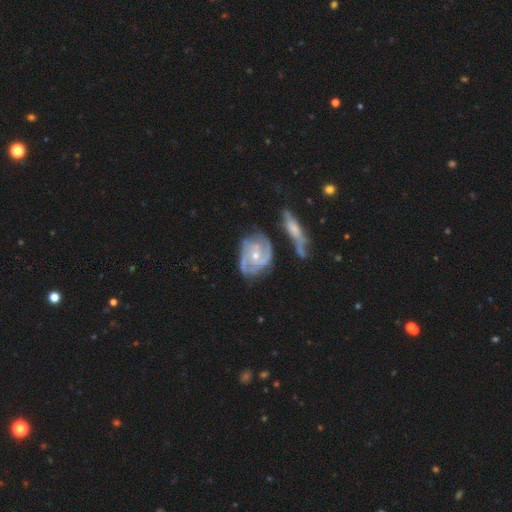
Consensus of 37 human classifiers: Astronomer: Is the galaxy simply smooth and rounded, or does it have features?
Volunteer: featured or disk — 78%.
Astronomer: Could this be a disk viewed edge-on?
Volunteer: no — 93%.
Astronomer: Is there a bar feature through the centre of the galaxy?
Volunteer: no — 67%.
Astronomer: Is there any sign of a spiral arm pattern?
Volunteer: yes — 74%.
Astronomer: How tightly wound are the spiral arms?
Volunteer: medium — 55%.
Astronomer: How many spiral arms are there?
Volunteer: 2 — 35%, tied with 3 at 35%.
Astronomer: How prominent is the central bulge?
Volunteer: small — 52% (runner-up: moderate, 48%).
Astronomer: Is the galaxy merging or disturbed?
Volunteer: none — 50%.